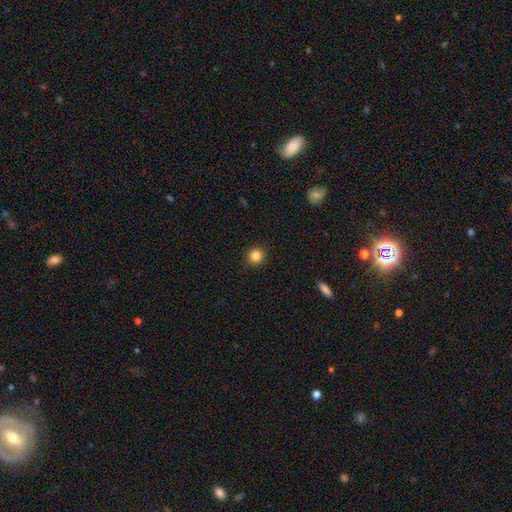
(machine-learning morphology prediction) Overall: smooth (84%). How rounded: round (86%). Merging: none (91%).